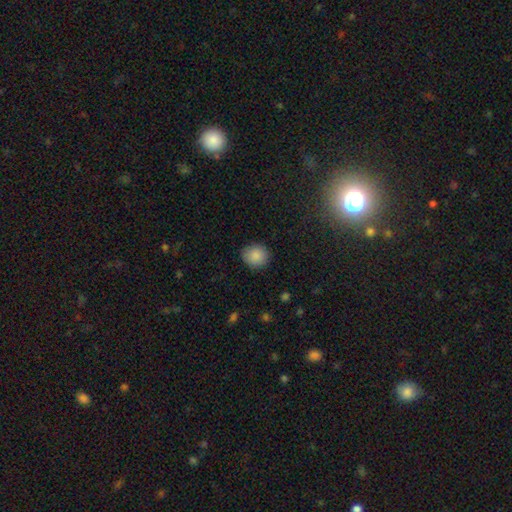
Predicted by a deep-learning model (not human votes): smooth_or_featured: smooth (p=0.87) [alt: star or artifact p=0.08]
how_rounded: round (p=0.78) [alt: in between p=0.21]
merging: none (p=0.85) [alt: minor disturbance p=0.12]